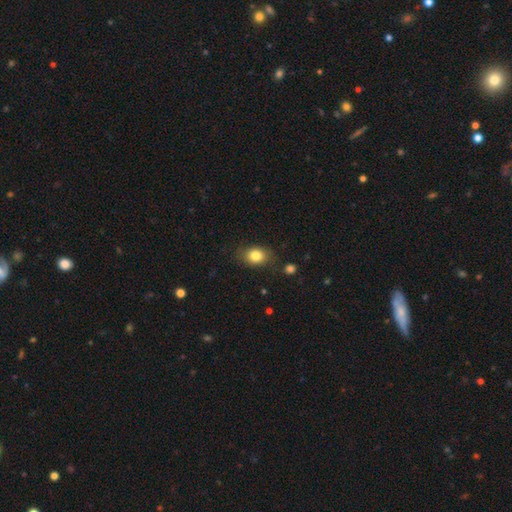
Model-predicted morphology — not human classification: Smooth or featured? Predicted: smooth (p=0.82). How rounded? Predicted: in between (p=0.62). Merging? Predicted: none (p=0.79).